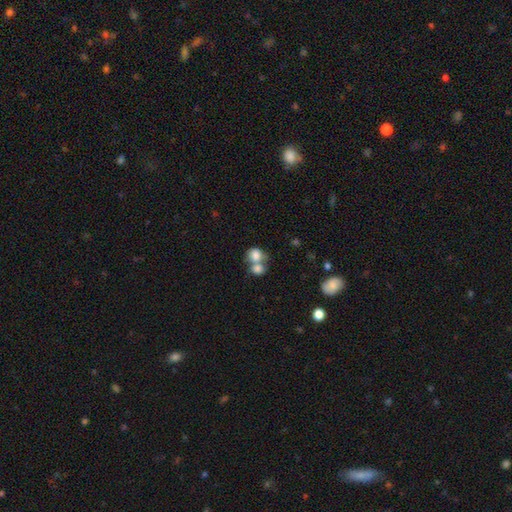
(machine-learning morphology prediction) Q: Smooth or featured?
A: smooth (79%); runner-up: featured or disk (13%)
Q: How rounded?
A: round (65%); runner-up: in between (34%)
Q: Merging?
A: merger (64%); runner-up: none (24%)